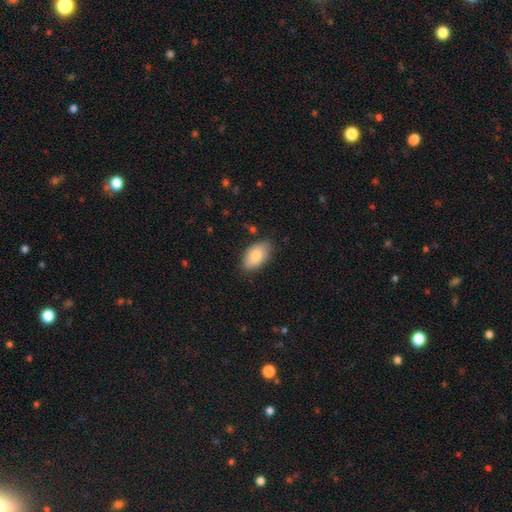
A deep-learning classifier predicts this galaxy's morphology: Smooth or featured? Predicted: smooth (p=0.82). How rounded? Predicted: in between (p=0.94). Merging? Predicted: none (p=0.82).